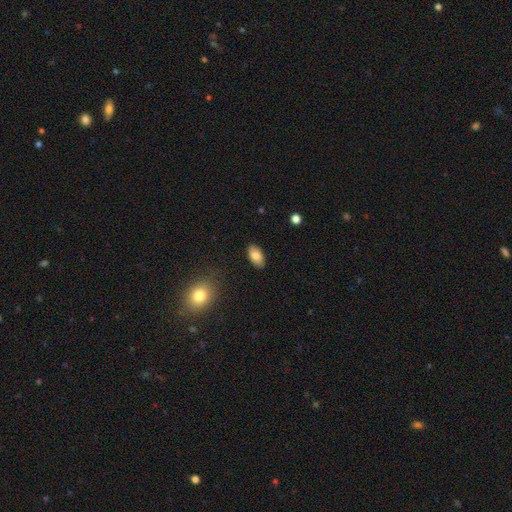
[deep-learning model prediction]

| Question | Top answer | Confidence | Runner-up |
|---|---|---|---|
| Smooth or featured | smooth | 83% | featured or disk (10%) |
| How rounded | in between | 94% | round (3%) |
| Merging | none | 87% | minor disturbance (9%) |